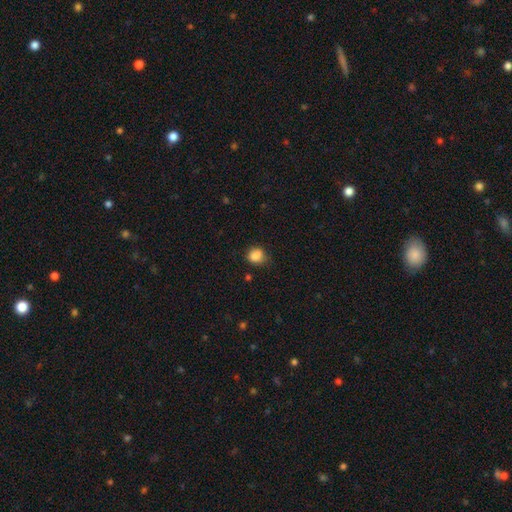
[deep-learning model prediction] A smooth galaxy with no disk features (85%) that is round (70%). Merging: none (64%).